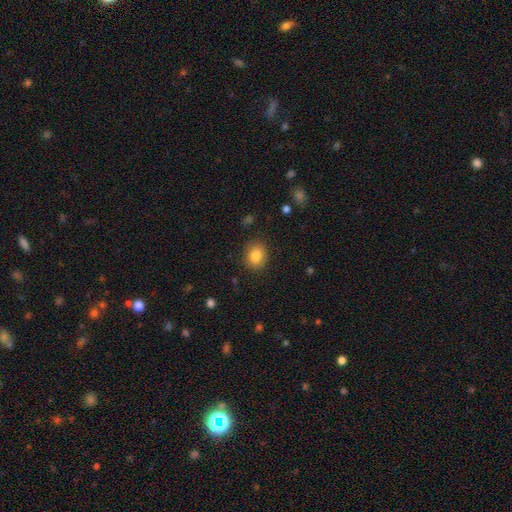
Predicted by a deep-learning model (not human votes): A smooth galaxy with no disk features (84%) that is round (65%). Merging: none (87%).